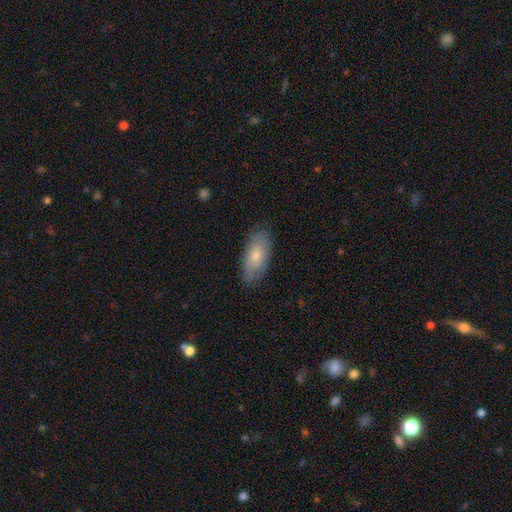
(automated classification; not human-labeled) The model was most divided on "smooth or featured": smooth: 65%, featured or disk: 29%, star or artifact: 7%. More confident: how rounded — in between (85%); merging — none (81%).